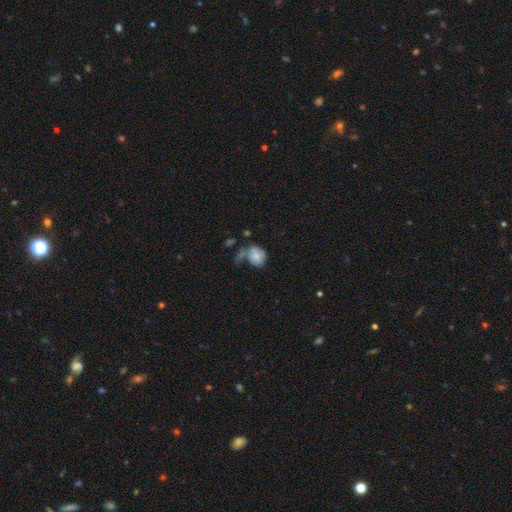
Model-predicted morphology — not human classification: Smooth or featured?
  - smooth: 72% *
  - featured or disk: 20%
  - star or artifact: 9%
How rounded?
  - in between: 50% *
  - round: 49%
  - cigar-shaped: 1%
Merging?
  - none: 30% *
  - merger: 25%
  - minor disturbance: 23%
  - major disturbance: 22%